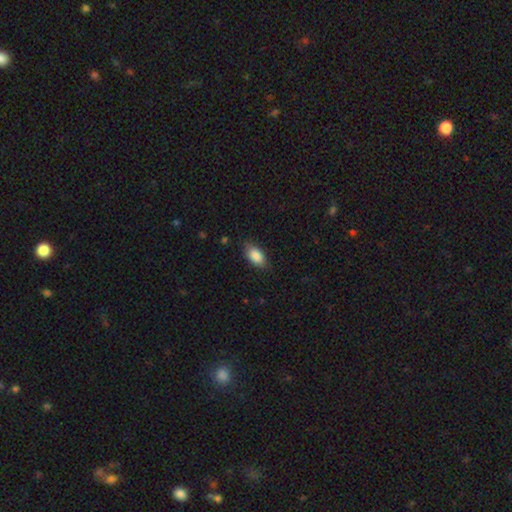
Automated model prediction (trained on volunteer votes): Q: Smooth or featured?
A: smooth (87%); runner-up: star or artifact (6%)
Q: How rounded?
A: in between (92%); runner-up: cigar-shaped (4%)
Q: Merging?
A: none (81%); runner-up: minor disturbance (15%)